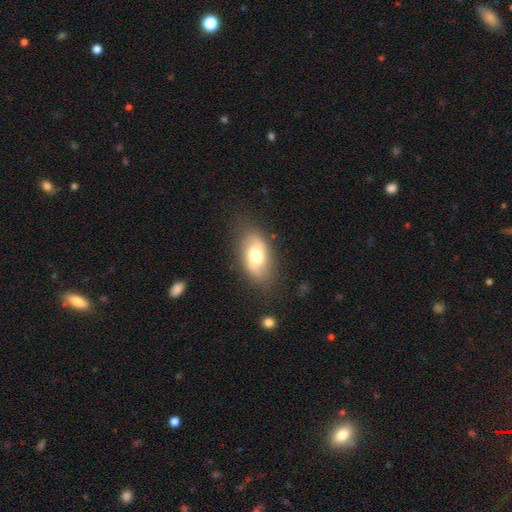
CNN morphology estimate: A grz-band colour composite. It shows a smooth galaxy with no disk features (56%) that is in between round and cigar-shaped (89%). Merging: none (76%).